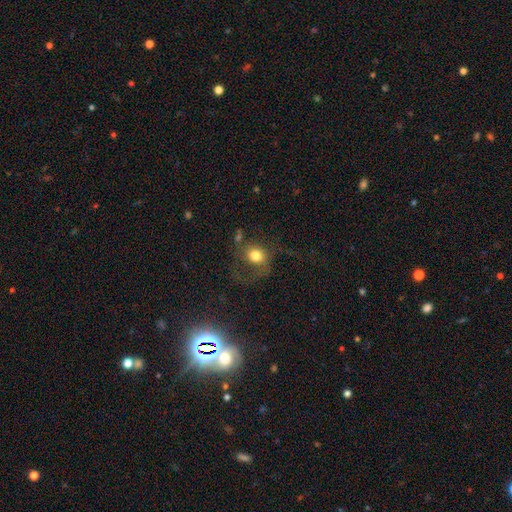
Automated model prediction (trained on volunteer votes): A smooth galaxy with no disk features (66%) that is round (67%).

Vote fractions:
- Smooth or featured? smooth: 66% / featured or disk: 23% / star or artifact: 12%
- How rounded? round: 67% / in between: 32% / cigar-shaped: 1%
- Merging? none: 40% / major disturbance: 36% / minor disturbance: 19% / merger: 5%